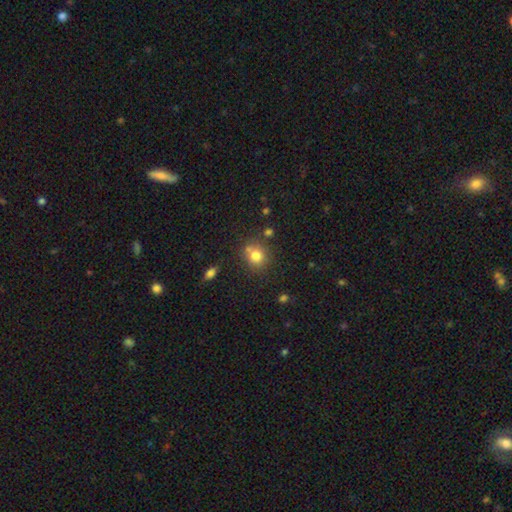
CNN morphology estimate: smooth-or-featured: smooth: 78% | star or artifact: 13% | featured or disk: 9%
  how-rounded: round: 80% | in between: 19% | cigar-shaped: 1%
  merging: none: 68% | merger: 15% | minor disturbance: 13% | major disturbance: 4%